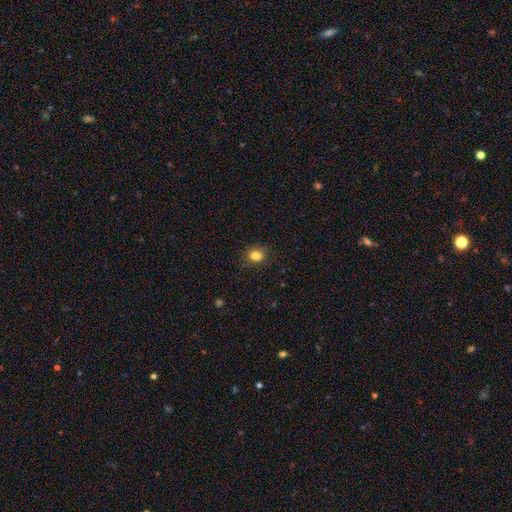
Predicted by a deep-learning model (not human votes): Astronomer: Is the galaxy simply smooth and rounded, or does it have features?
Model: smooth — 84%.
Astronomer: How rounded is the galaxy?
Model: round — 60% (runner-up: in between, 39%).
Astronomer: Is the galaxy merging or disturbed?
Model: none — 86%.